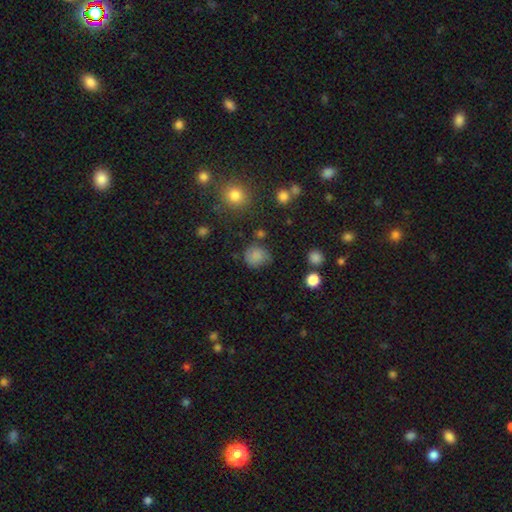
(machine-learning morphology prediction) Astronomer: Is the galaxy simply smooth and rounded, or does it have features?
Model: smooth — 76%.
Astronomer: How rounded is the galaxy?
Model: round — 80%.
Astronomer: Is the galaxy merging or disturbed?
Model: none — 63%.